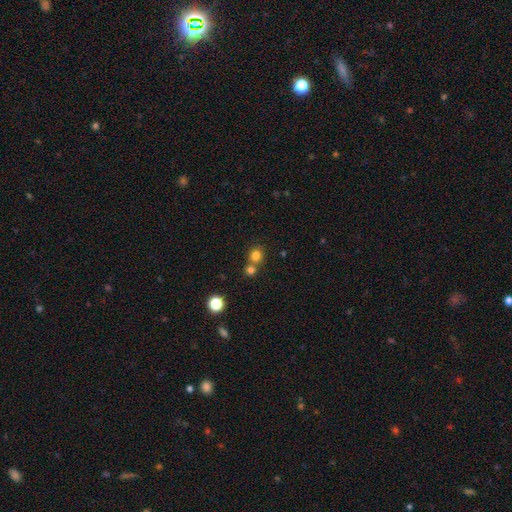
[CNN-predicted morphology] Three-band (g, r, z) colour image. It shows a smooth galaxy with no disk features (79%) that is round (87%). Merging: none (59%).